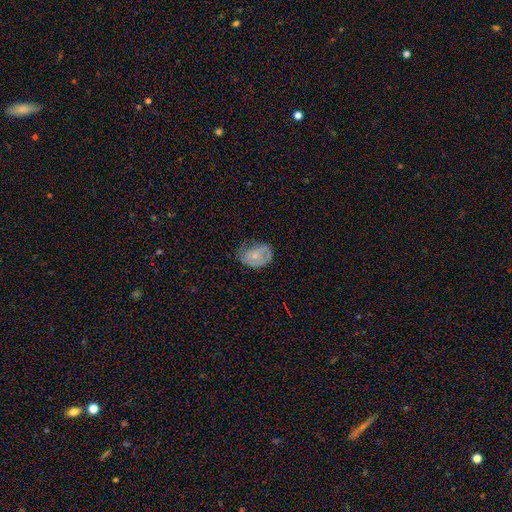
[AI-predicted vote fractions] Q: Smooth or featured?
A: smooth (51%); runner-up: featured or disk (42%)
Q: How rounded?
A: in between (71%); runner-up: round (28%)
Q: Merging?
A: none (53%); runner-up: minor disturbance (32%)